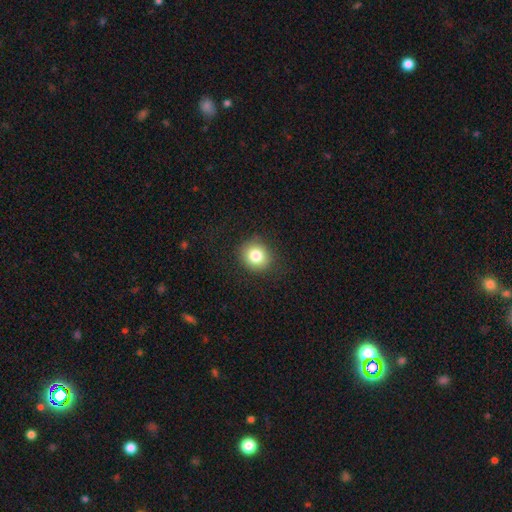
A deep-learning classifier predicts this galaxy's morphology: Smooth or featured? Predicted: smooth (p=0.82). How rounded? Predicted: round (p=0.85). Merging? Predicted: none (p=0.87).